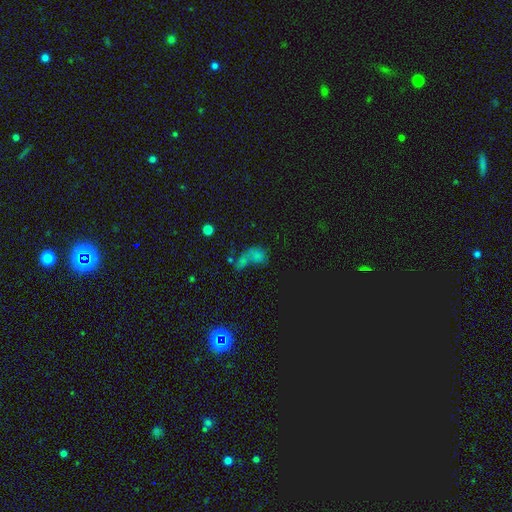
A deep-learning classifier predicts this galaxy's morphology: type=smooth (54%); roundness=in between (65%); merging=merger (49%).